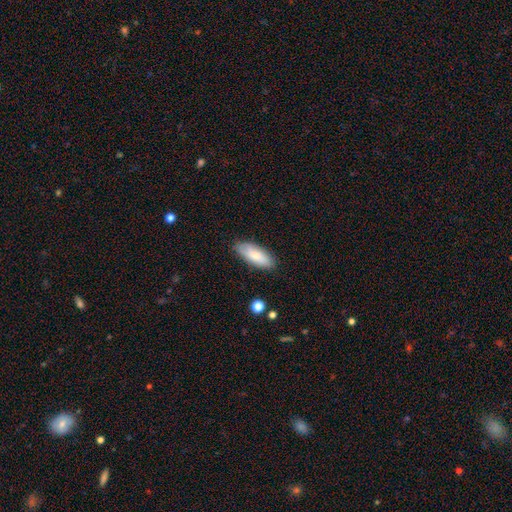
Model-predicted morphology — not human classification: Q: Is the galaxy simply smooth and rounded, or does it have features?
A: smooth — 79%.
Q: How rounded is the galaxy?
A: in between — 73%.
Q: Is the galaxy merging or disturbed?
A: none — 83%.